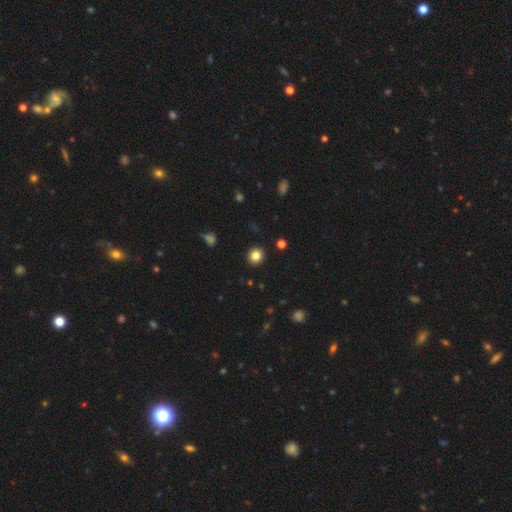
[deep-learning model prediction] Smooth or featured? smooth (83%)
How rounded? round (86%)
Merging? none (92%)